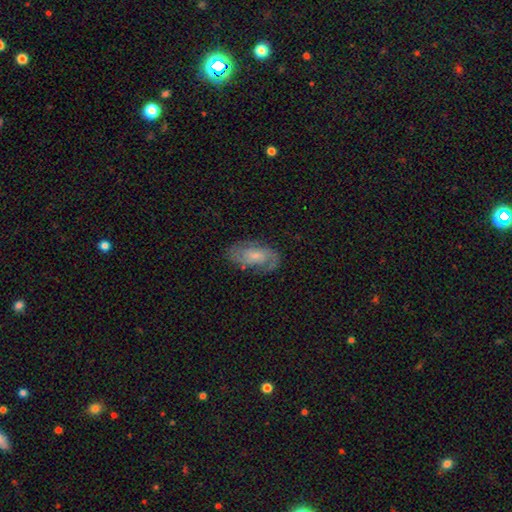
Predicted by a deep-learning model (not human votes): Smooth or featured: featured or disk — 63% (smooth — 29%)
Edge-on disk: no — 94% (yes — 6%)
Bar: no — 59% (weak — 35%)
Spiral arms: yes — 89% (no — 11%)
Spiral winding: medium — 43% (tight — 39%)
Spiral arm count: 2 — 66% (can't tell — 20%)
Bulge size: small — 43% (moderate — 36%)
Merging: none — 74% (minor disturbance — 18%)